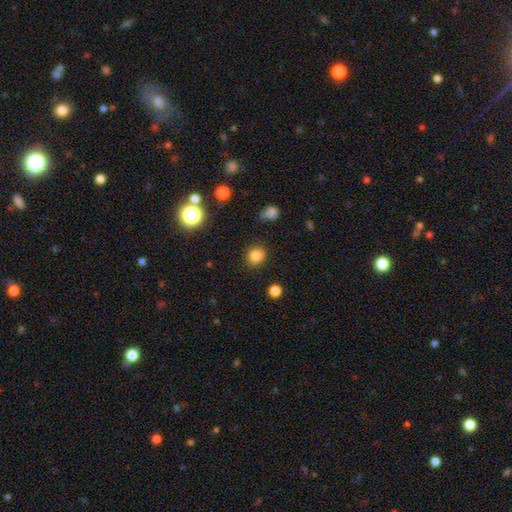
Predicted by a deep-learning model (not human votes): Smooth or featured? Predicted: smooth (p=0.82). How rounded? Predicted: round (p=0.82). Merging? Predicted: none (p=0.87).